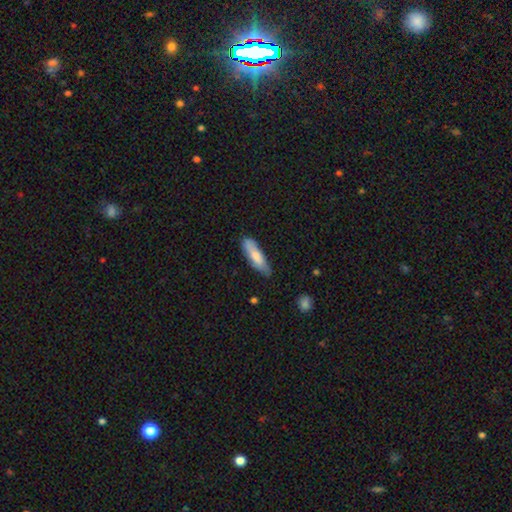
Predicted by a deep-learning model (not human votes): Smooth or featured? Predicted: smooth (p=0.74). How rounded? Predicted: cigar-shaped (p=0.57). Merging? Predicted: none (p=0.70).